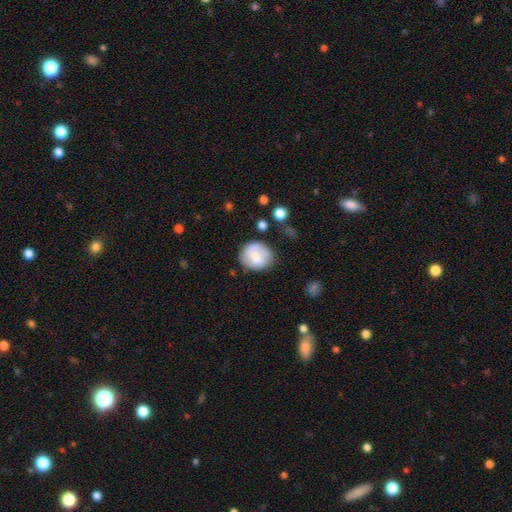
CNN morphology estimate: A smooth galaxy with no disk features (66%) that is round (73%).

Vote fractions:
- Smooth or featured? smooth: 66% / featured or disk: 26% / star or artifact: 8%
- How rounded? round: 73% / in between: 27% / cigar-shaped: 1%
- Merging? none: 66% / minor disturbance: 22% / major disturbance: 8% / merger: 4%